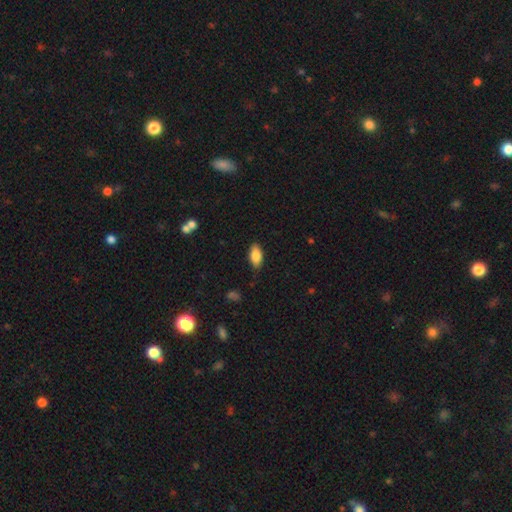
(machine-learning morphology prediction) Smooth or featured? smooth (85%)
How rounded? in between (91%)
Merging? none (84%)